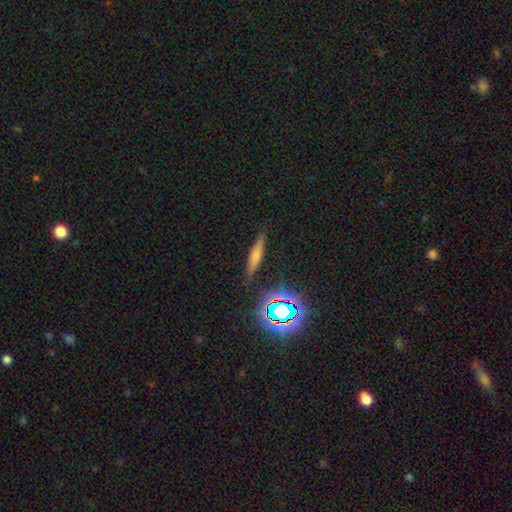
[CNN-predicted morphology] A smooth galaxy with no disk features (57%) that is cigar-shaped (81%). Merging: none (83%).